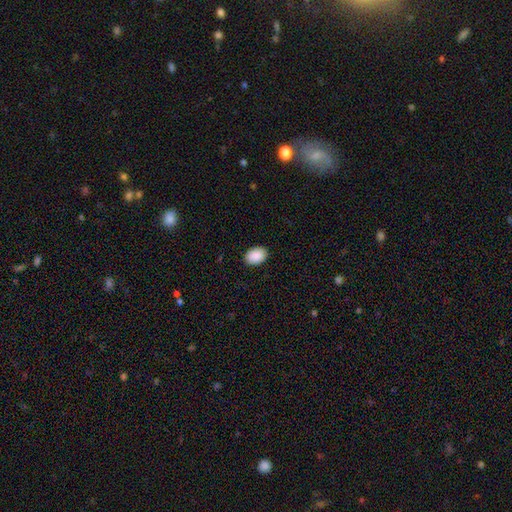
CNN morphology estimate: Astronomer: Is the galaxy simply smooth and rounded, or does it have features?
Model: smooth — 91%.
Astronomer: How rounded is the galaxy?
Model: in between — 77%.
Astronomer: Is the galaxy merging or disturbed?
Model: none — 89%.